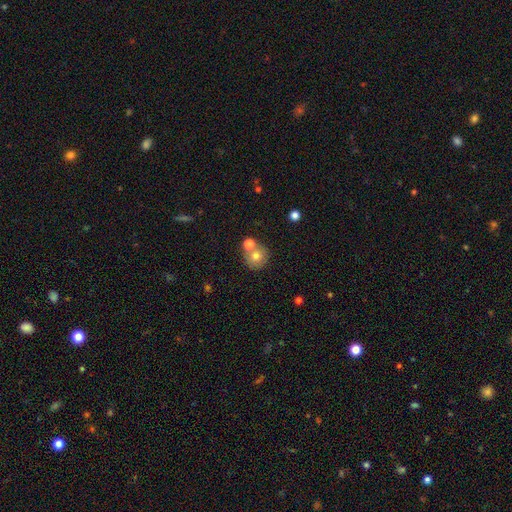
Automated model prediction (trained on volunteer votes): This appears to be a smooth galaxy with no disk features (74%) that is round (89%). Merging: none (54%).